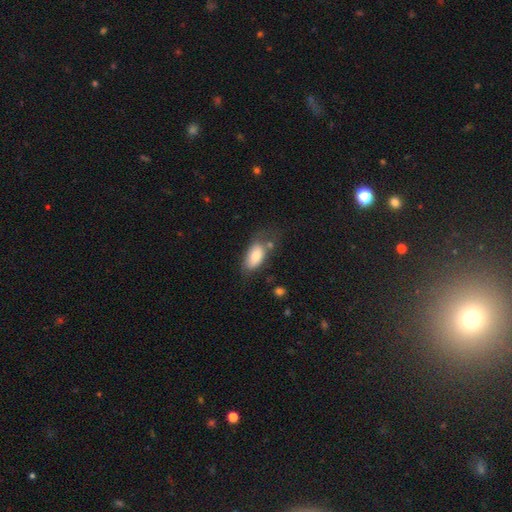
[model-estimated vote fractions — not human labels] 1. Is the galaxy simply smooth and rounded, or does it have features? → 80% smooth, 13% featured or disk, 7% star or artifact.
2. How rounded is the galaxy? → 92% in between, 4% cigar-shaped, 4% round.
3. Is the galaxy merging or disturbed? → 47% none, 28% minor disturbance, 15% major disturbance, 10% merger.